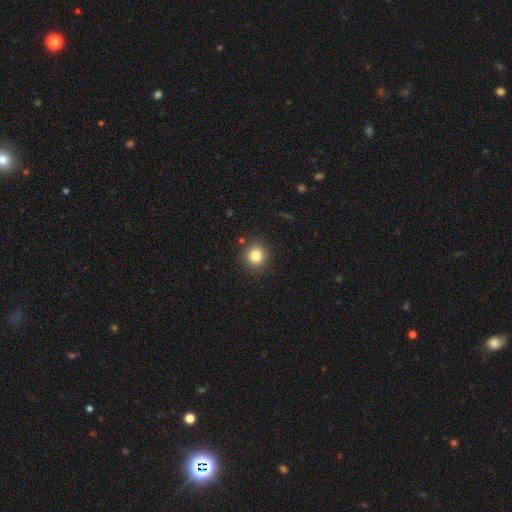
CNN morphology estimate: This is clearly a smooth galaxy (82%). How rounded: clearly round (90%). Merging: clearly none (88%).